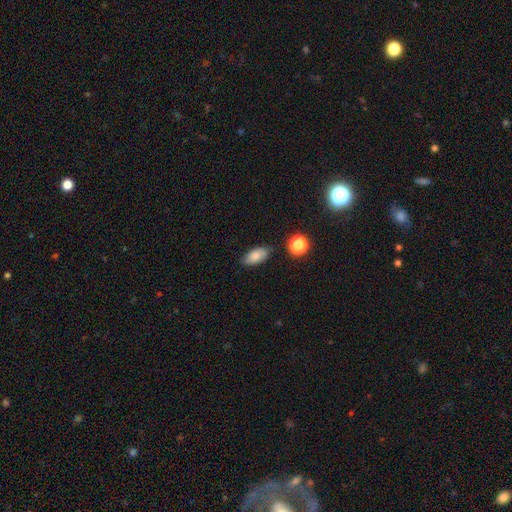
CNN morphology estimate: This appears to be a smooth galaxy with no disk features (80%) that is in between round and cigar-shaped (90%). Merging: none (78%).